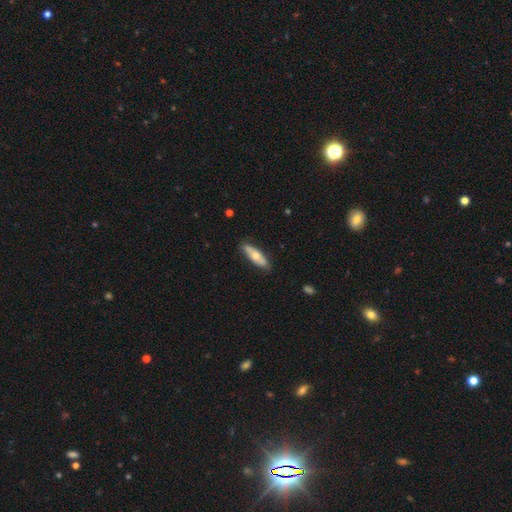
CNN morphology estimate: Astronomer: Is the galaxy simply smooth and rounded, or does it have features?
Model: smooth — 57% (runner-up: featured or disk, 38%).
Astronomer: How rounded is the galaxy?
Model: cigar-shaped — 50% (runner-up: in between, 48%).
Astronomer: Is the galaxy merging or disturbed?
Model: none — 83%.